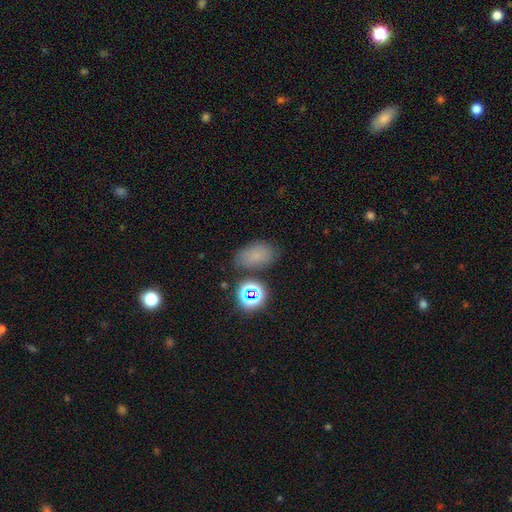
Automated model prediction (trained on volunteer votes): smooth 66%, star or artifact 24%, featured or disk 11%. Down the decision tree: how rounded — in between (83%); merging — none (73%).